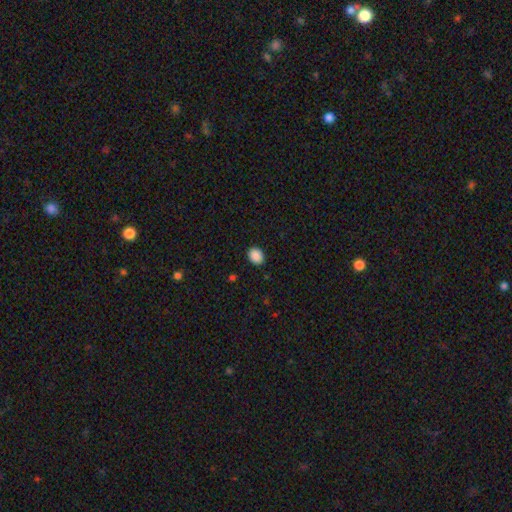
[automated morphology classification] Q: Smooth or featured?
A: smooth (89%); runner-up: star or artifact (8%)
Q: How rounded?
A: in between (56%); runner-up: round (43%)
Q: Merging?
A: none (89%); runner-up: minor disturbance (8%)